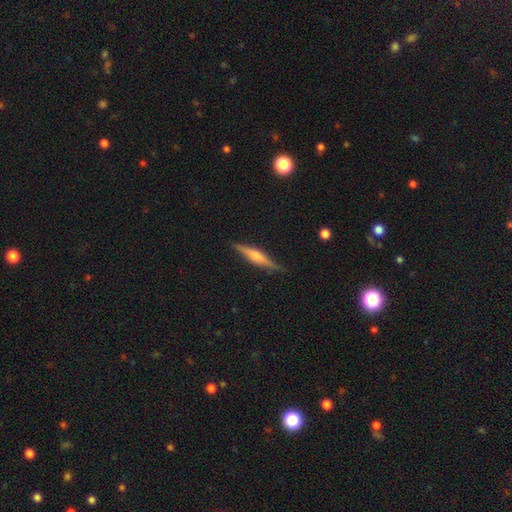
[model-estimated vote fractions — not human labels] The model was most divided on "smooth or featured": featured or disk: 68%, smooth: 25%, star or artifact: 7%. More confident: edge-on disk — yes (97%); merging — none (88%); edge-on bulge — rounded (71%).